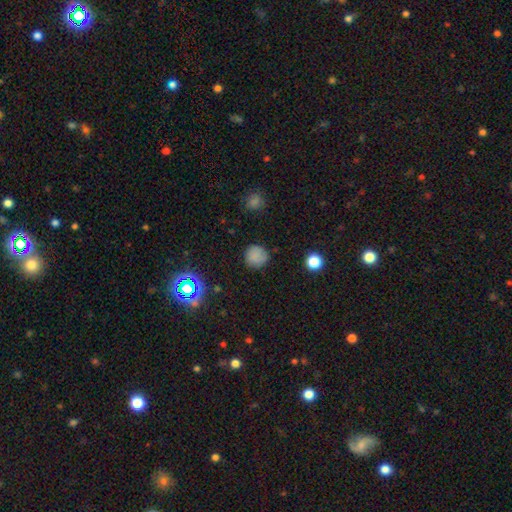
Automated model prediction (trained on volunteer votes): This appears to be a smooth galaxy with no disk features (80%) that is round (93%). Merging: none (84%).